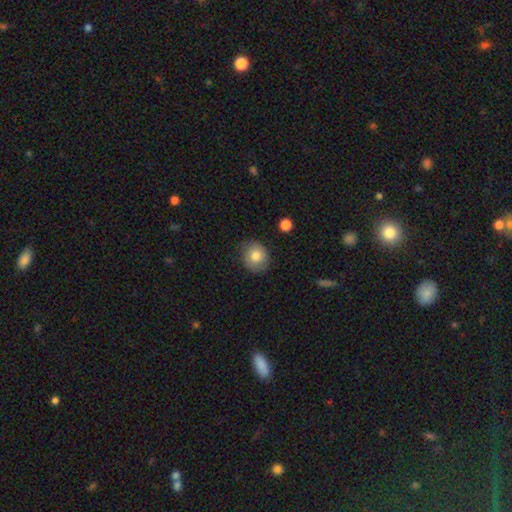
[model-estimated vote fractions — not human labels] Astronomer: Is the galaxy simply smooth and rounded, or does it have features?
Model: smooth — 79%.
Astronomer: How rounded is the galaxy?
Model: round — 77%.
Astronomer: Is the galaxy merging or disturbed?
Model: none — 81%.